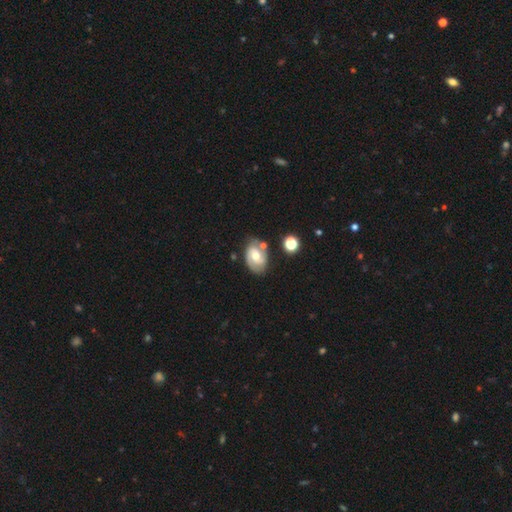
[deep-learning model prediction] Smooth or featured?
  - featured or disk: 60% *
  - smooth: 32%
  - star or artifact: 8%
Edge-on disk?
  - no: 96% *
  - yes: 4%
Bar?
  - no: 52% *
  - weak: 38%
  - strong: 9%
Spiral arms?
  - yes: 81% *
  - no: 19%
Bulge size?
  - moderate: 72% *
  - small: 20%
  - large: 6%
  - none: 1%
  - dominant: 1%
Merging?
  - none: 65% *
  - minor disturbance: 19%
  - merger: 10%
  - major disturbance: 5%